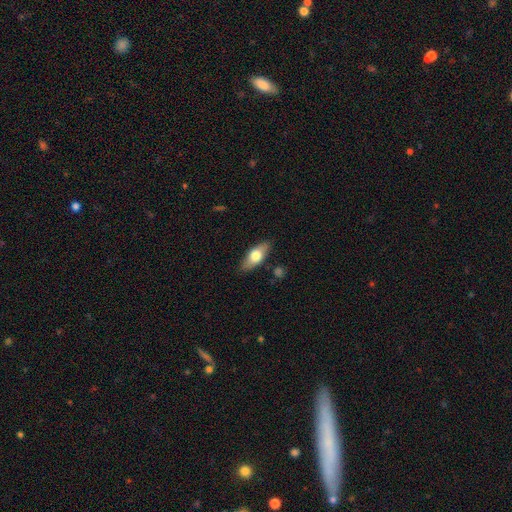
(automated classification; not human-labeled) Morphology: type=smooth (64%); roundness=in between (78%); merging=none (85%).